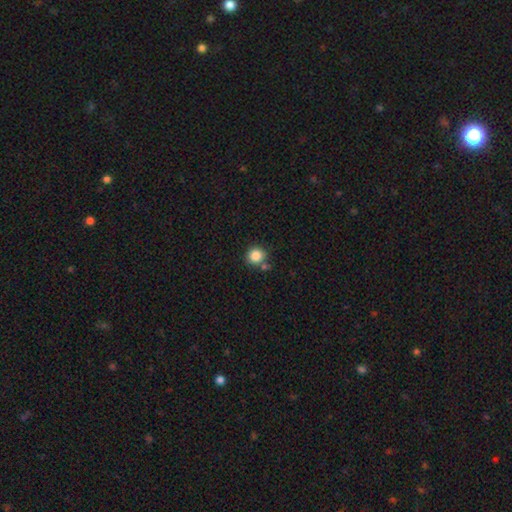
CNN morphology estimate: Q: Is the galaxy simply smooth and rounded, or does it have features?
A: smooth — 85%.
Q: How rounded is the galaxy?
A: round — 92%.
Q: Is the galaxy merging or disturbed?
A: none — 73%.